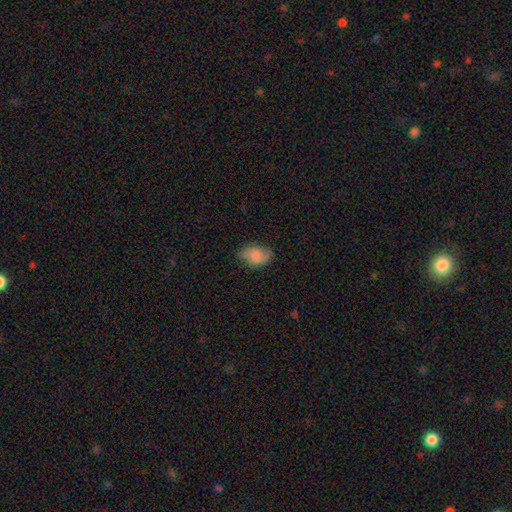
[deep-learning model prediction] smooth 74%, featured or disk 18%, star or artifact 8%. Down the decision tree: how rounded — in between (85%); merging — none (69%).